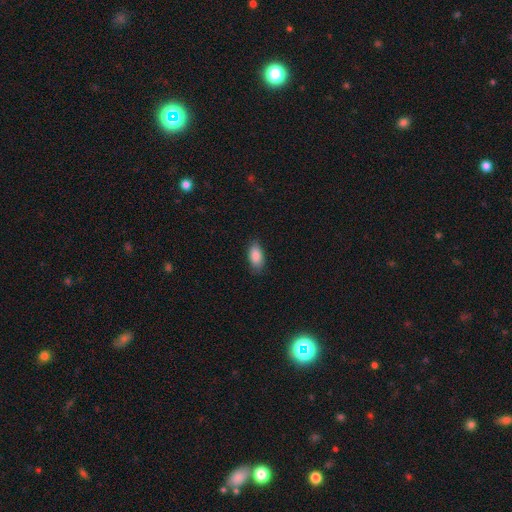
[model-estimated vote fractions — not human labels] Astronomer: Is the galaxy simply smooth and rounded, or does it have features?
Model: smooth — 87%.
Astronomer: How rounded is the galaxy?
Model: in between — 90%.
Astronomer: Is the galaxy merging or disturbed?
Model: none — 83%.